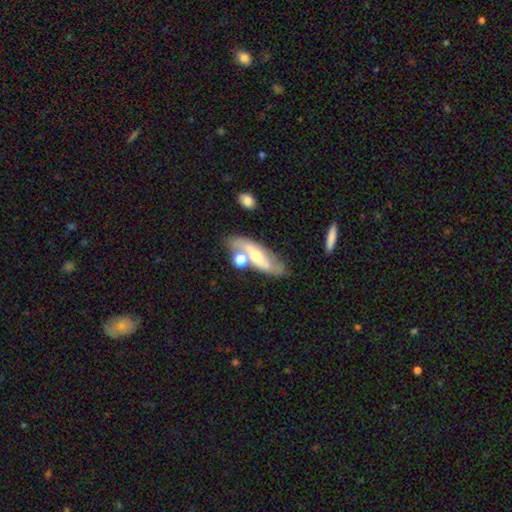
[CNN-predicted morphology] type=featured or disk (58%); edge-on=no (78%); merging=none (57%).